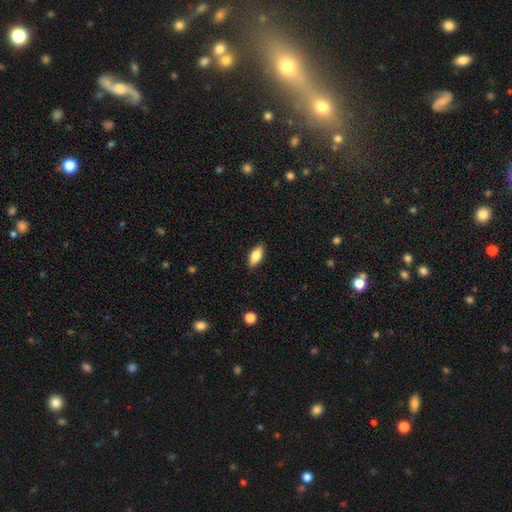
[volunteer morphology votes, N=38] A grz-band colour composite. It shows a smooth galaxy with no disk features (76%) that is in between round and cigar-shaped (97%). Merging: none (86%).